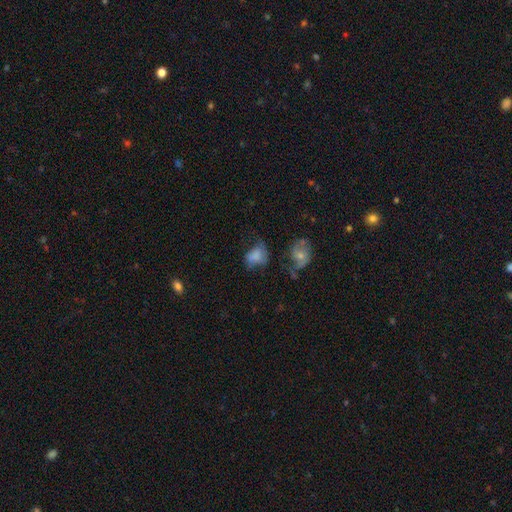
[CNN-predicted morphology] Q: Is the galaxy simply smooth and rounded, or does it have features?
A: smooth — 68%.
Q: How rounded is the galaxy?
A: in between — 59%.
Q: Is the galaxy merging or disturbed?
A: none — 34%.